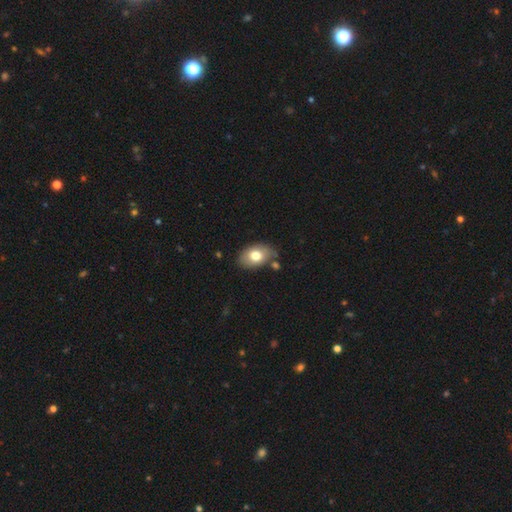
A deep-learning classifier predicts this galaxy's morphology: Smooth or featured? Predicted: smooth (p=0.75). How rounded? Predicted: in between (p=0.87). Merging? Predicted: none (p=0.73).